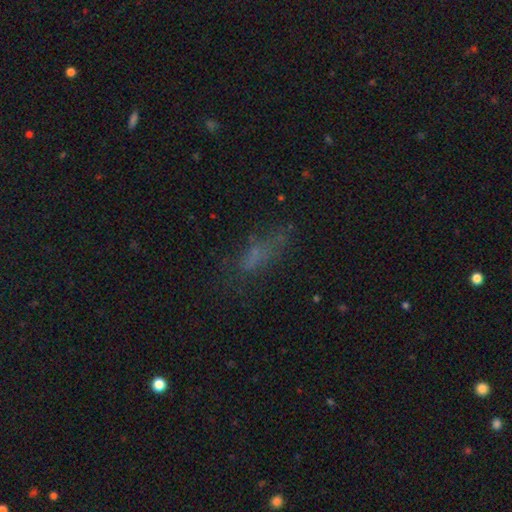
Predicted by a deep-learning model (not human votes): Smooth or featured: smooth — 53% (featured or disk — 24%)
How rounded: in between — 53% (cigar-shaped — 42%)
Merging: none — 50% (major disturbance — 24%)